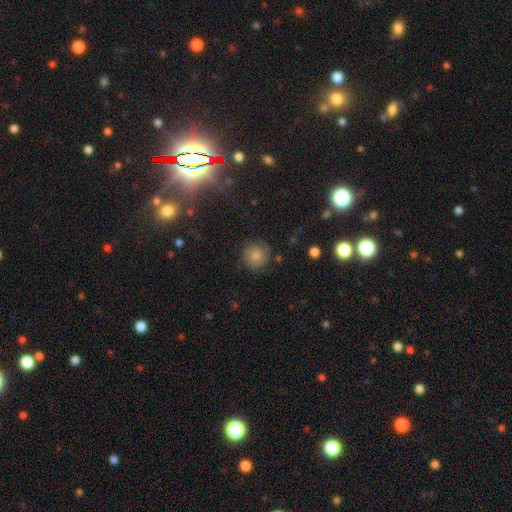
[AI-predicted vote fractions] A smooth galaxy with no disk features (71%) that is round (92%). Merging: none (77%).